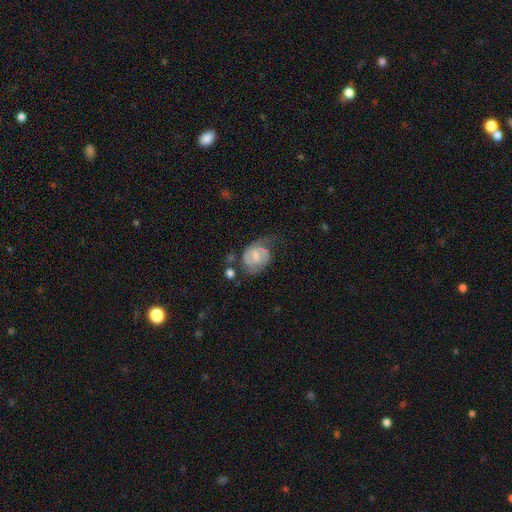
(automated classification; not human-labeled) A featured or disk galaxy (55%) with a weak bar (52%), spiral arms (77%) and a small central bulge (32%).

Vote fractions:
- Smooth or featured? featured or disk: 55% / smooth: 38% / star or artifact: 8%
- Edge-on disk? no: 97% / yes: 3%
- Bar? weak: 52% / no: 33% / strong: 15%
- Spiral arms? yes: 77% / no: 23%
- Bulge size? small: 32% / moderate: 31% / none: 29% / large: 6% / dominant: 2%
- Merging? none: 37% / minor disturbance: 31% / major disturbance: 25% / merger: 7%